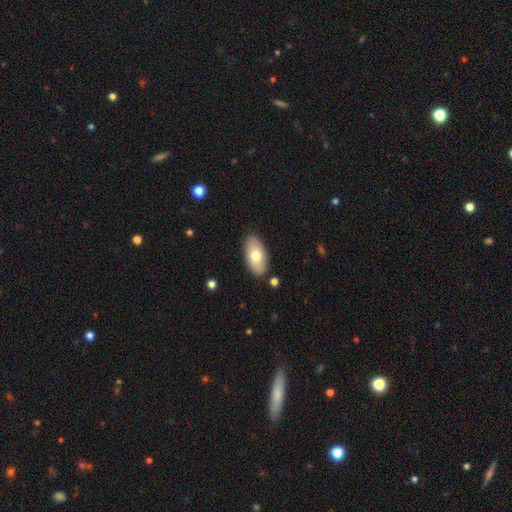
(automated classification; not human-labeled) A smooth galaxy with no disk features (71%) that is in between round and cigar-shaped (93%). Merging: none (87%).